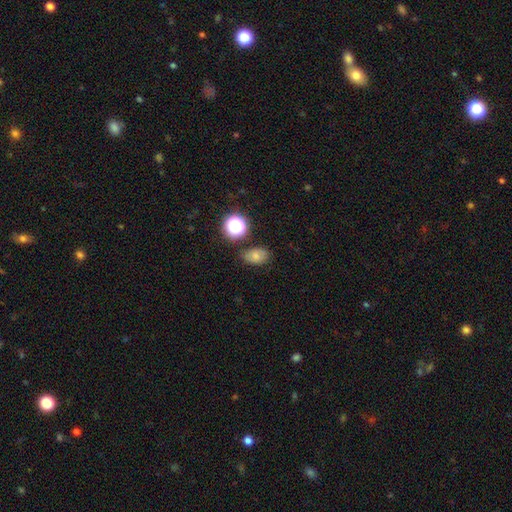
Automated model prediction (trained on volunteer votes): This appears to be a smooth galaxy with no disk features (70%) that is in between round and cigar-shaped (76%). Merging: none (71%).